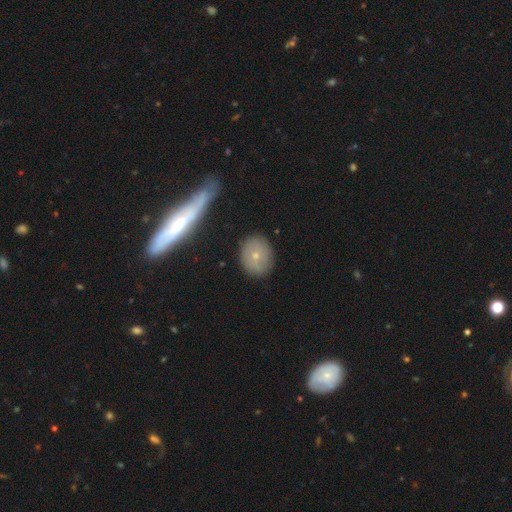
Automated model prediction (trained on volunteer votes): smooth_or_featured: smooth (p=0.61) [alt: featured or disk p=0.30]
how_rounded: round (p=0.67) [alt: in between p=0.31]
merging: none (p=0.83) [alt: minor disturbance p=0.12]